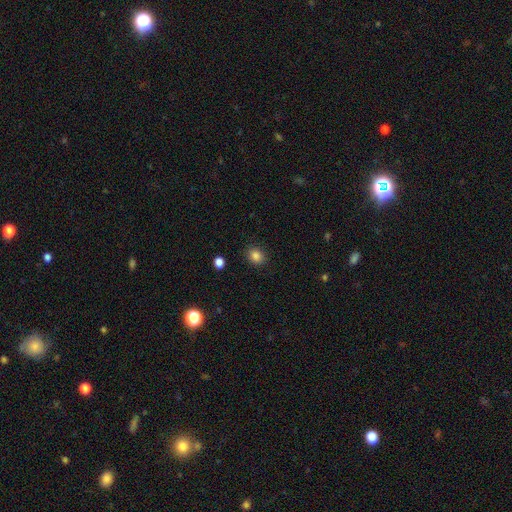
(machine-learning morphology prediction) A smooth galaxy with no disk features (85%) that is round (69%).

Vote fractions:
- Smooth or featured? smooth: 85% / star or artifact: 11% / featured or disk: 4%
- How rounded? round: 69% / in between: 30% / cigar-shaped: 1%
- Merging? none: 89% / minor disturbance: 7% / major disturbance: 2% / merger: 1%